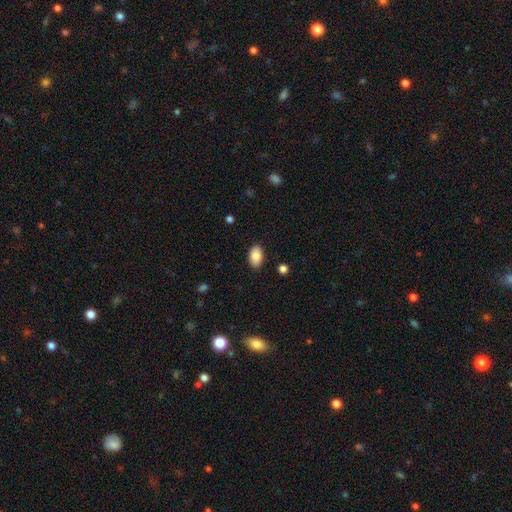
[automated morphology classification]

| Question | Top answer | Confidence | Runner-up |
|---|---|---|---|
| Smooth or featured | smooth | 86% | star or artifact (7%) |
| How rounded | in between | 92% | round (7%) |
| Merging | none | 87% | minor disturbance (9%) |